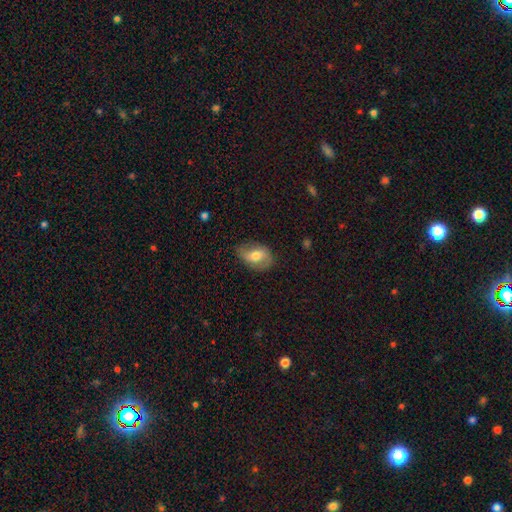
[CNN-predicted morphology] A smooth galaxy with no disk features (51%) that is in between round and cigar-shaped (82%).

Vote fractions:
- Smooth or featured? smooth: 51% / featured or disk: 42% / star or artifact: 7%
- How rounded? in between: 82% / round: 16% / cigar-shaped: 2%
- Merging? none: 69% / minor disturbance: 22% / major disturbance: 7% / merger: 1%